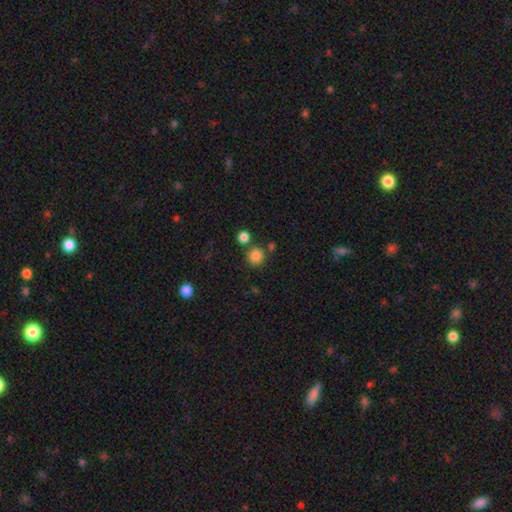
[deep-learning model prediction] This appears to be a smooth galaxy with no disk features (84%) that is round (91%). Merging: none (77%).